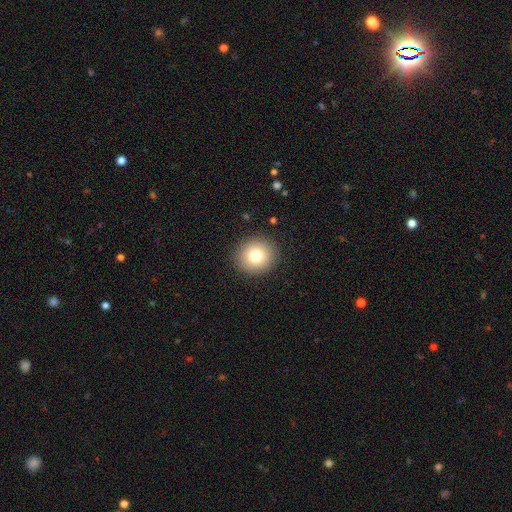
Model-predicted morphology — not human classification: Smooth or featured? Predicted: smooth (p=0.78). How rounded? Predicted: round (p=0.89). Merging? Predicted: none (p=0.90).